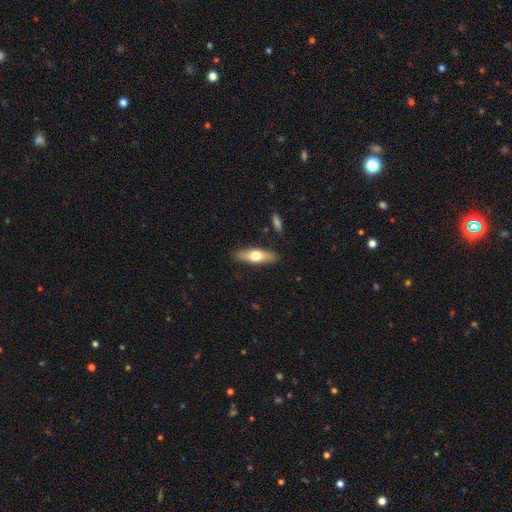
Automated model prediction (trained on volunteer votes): This appears to be a smooth galaxy with no disk features (56%) that is in between round and cigar-shaped (51%). Merging: none (87%).